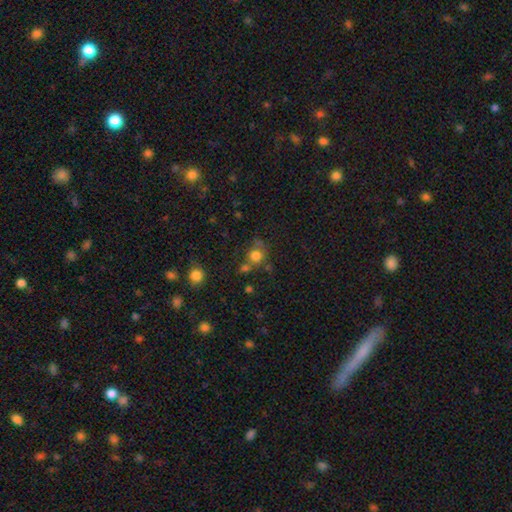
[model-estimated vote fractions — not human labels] Overall: smooth (76%). How rounded: round (85%). Merging: none (58%; merger 21%).